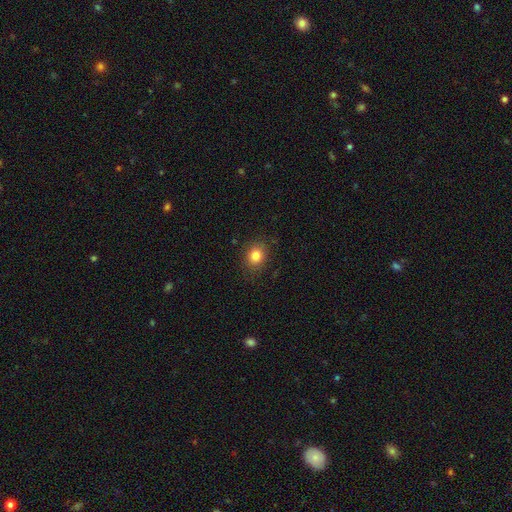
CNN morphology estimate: Q: Smooth or featured?
A: smooth (83%); runner-up: star or artifact (11%)
Q: How rounded?
A: round (61%); runner-up: in between (39%)
Q: Merging?
A: none (86%); runner-up: minor disturbance (10%)